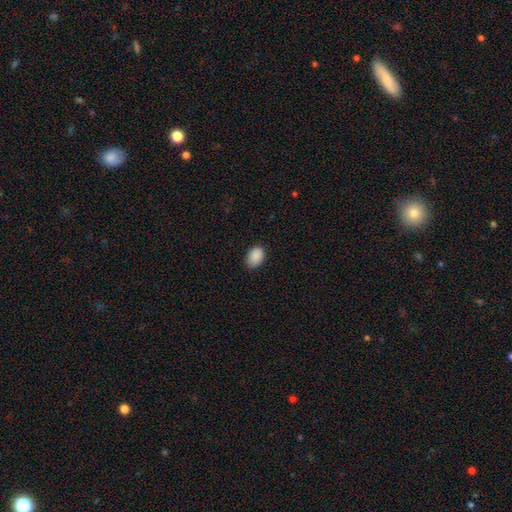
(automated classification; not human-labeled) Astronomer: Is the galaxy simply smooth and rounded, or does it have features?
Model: smooth — 90%.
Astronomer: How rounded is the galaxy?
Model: in between — 81%.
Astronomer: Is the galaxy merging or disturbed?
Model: none — 80%.